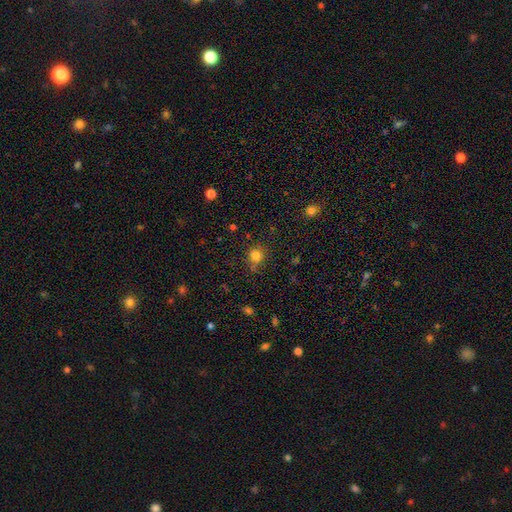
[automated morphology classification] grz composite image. It shows a smooth galaxy with no disk features (81%) that is round (88%). Merging: none (75%).